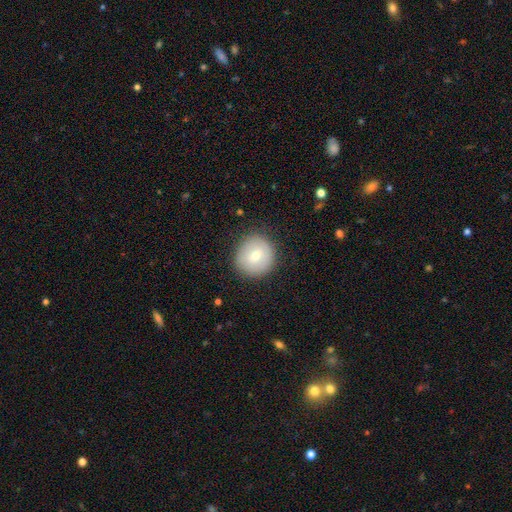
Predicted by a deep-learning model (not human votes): smooth-or-featured: smooth: 69% | featured or disk: 22% | star or artifact: 8%
  how-rounded: round: 92% | in between: 7% | cigar-shaped: 1%
  merging: none: 86% | minor disturbance: 10% | major disturbance: 3% | merger: 1%